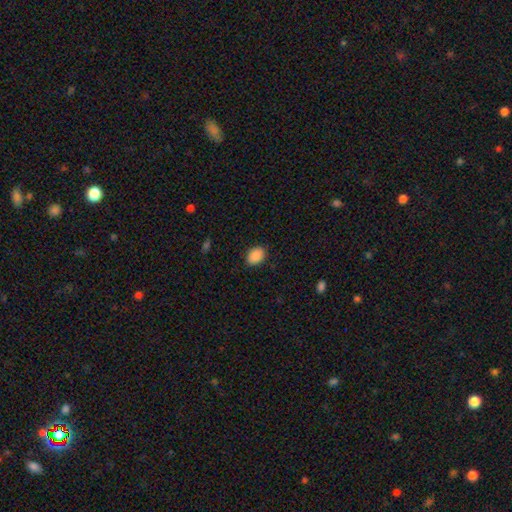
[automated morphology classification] The model was most divided on "how rounded": in between: 77%, round: 22%, cigar-shaped: 1%. More confident: smooth or featured — smooth (90%); merging — none (87%).